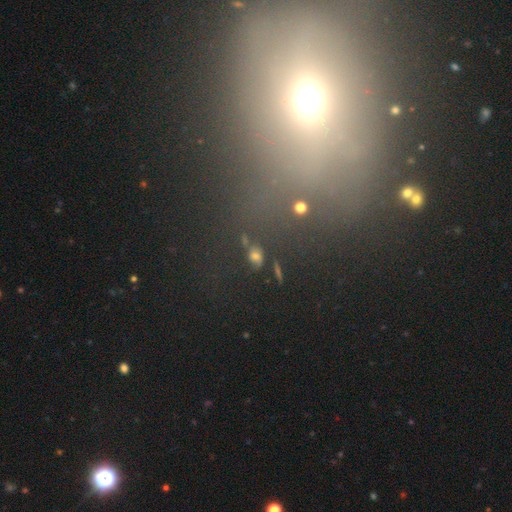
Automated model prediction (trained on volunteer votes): Smooth or featured?
  - star or artifact: 54% *
  - smooth: 30%
  - featured or disk: 16%